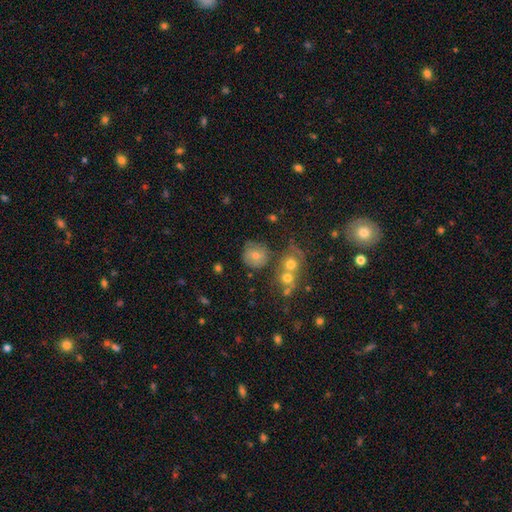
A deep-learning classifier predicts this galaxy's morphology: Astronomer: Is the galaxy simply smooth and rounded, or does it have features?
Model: smooth — 69%.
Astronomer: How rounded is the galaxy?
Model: round — 87%.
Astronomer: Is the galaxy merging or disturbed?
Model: none — 62%.